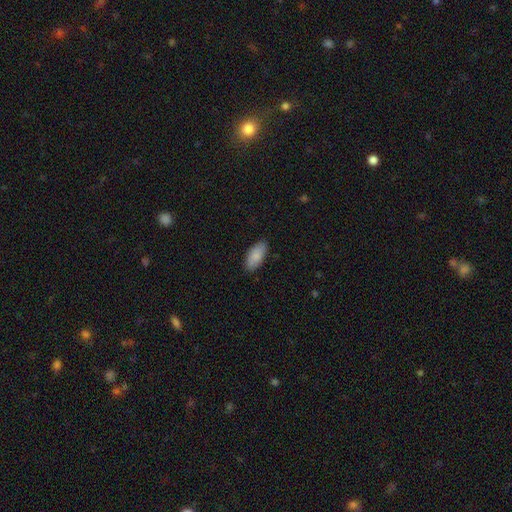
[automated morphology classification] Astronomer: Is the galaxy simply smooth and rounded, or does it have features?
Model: smooth — 86%.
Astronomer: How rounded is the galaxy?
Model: in between — 90%.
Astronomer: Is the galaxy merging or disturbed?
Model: none — 87%.